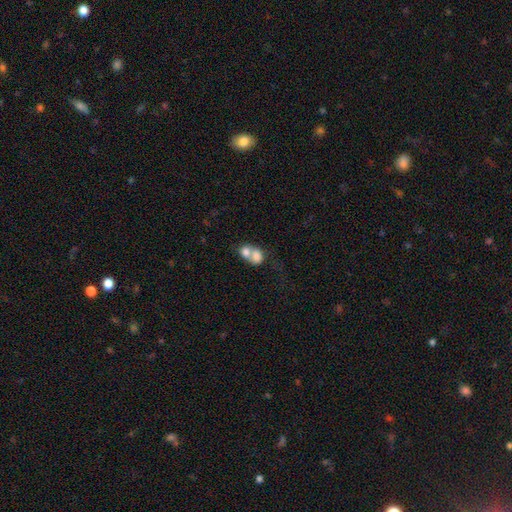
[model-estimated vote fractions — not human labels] The model was most divided on "how rounded": in between: 60%, round: 39%, cigar-shaped: 1%. More confident: merging — merger (74%); smooth or featured — smooth (72%).